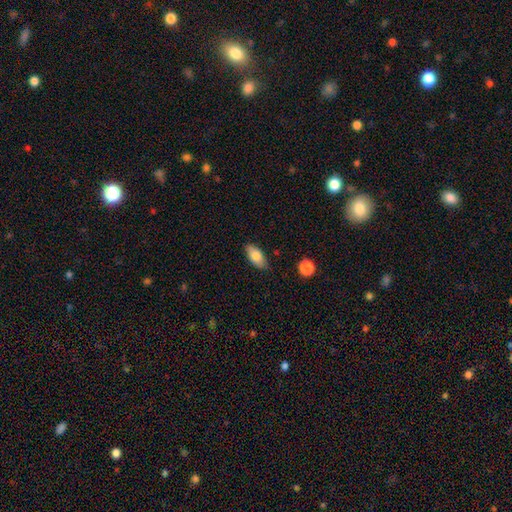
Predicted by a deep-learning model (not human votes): Q: Smooth or featured?
A: smooth (79%); runner-up: featured or disk (14%)
Q: How rounded?
A: in between (86%); runner-up: cigar-shaped (11%)
Q: Merging?
A: none (83%); runner-up: minor disturbance (13%)